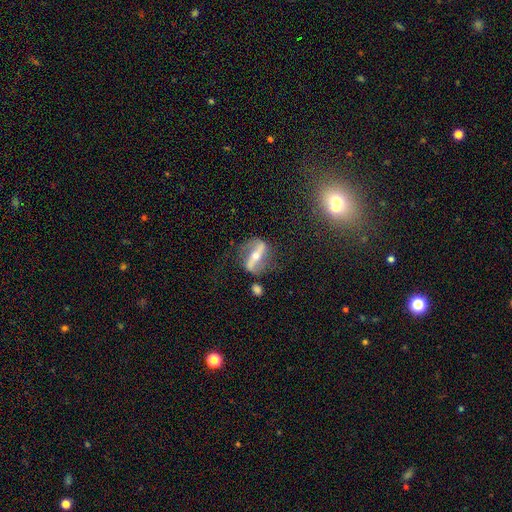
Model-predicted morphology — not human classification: smooth_or_featured: featured or disk (p=0.84) [alt: smooth p=0.10]
disk_edge_on: no (p=0.80) [alt: yes p=0.20]
bar: strong (p=0.81) [alt: weak p=0.11]
has_spiral_arms: yes (p=0.81) [alt: no p=0.19]
spiral_winding: loose (p=0.64) [alt: medium p=0.25]
spiral_arm_count: 2 (p=0.90) [alt: can't tell p=0.04]
bulge_size: moderate (p=0.49) [alt: small p=0.46]
merging: none (p=0.71) [alt: minor disturbance p=0.15]